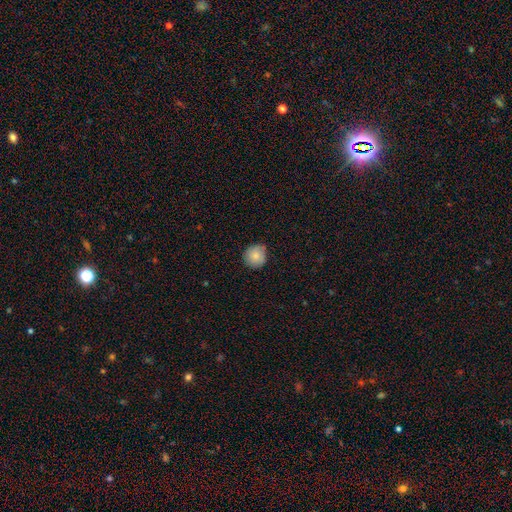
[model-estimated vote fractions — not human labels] smooth-or-featured: smooth: 80% | featured or disk: 12% | star or artifact: 8%
  how-rounded: round: 91% | in between: 8% | cigar-shaped: 1%
  merging: none: 74% | minor disturbance: 21% | major disturbance: 3% | merger: 1%